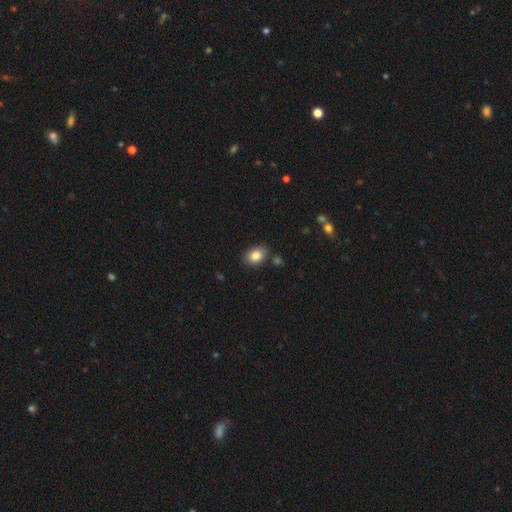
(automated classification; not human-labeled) A smooth galaxy with no disk features (85%) that is in between round and cigar-shaped (76%). Merging: none (82%).